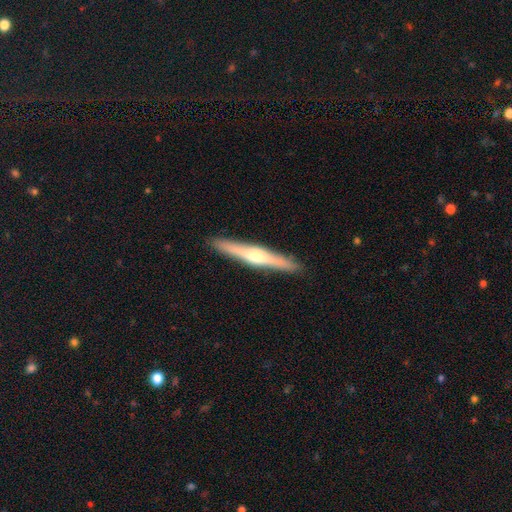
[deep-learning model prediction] Smooth or featured? featured or disk (67%)
Edge-on disk? yes (97%)
Edge-on bulge? rounded (85%)
Merging? none (91%)